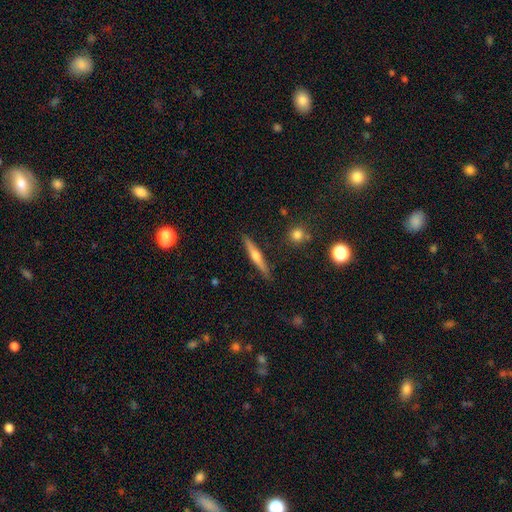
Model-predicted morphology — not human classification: The model was most divided on "smooth or featured": featured or disk: 62%, smooth: 31%, star or artifact: 7%. More confident: edge-on disk — yes (97%); merging — none (89%); edge-on bulge — rounded (87%).